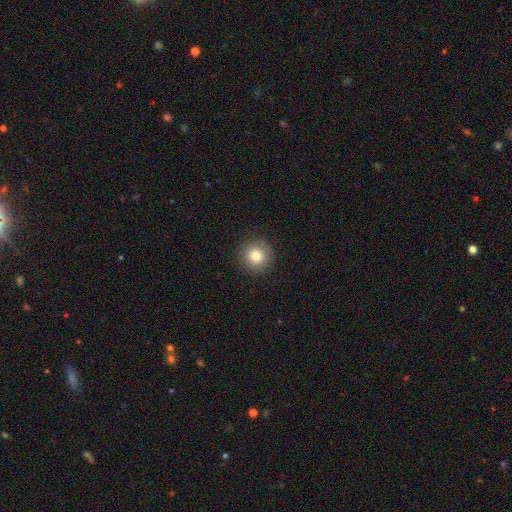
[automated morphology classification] Smooth or featured? Predicted: smooth (p=0.82). How rounded? Predicted: round (p=0.94). Merging? Predicted: none (p=0.90).